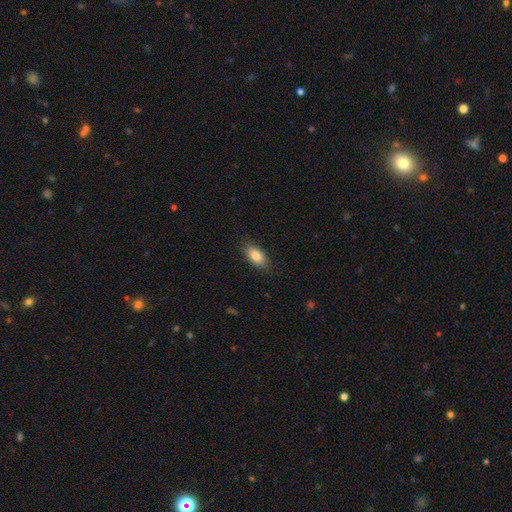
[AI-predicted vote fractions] Smooth or featured? smooth (83%)
How rounded? in between (89%)
Merging? none (85%)